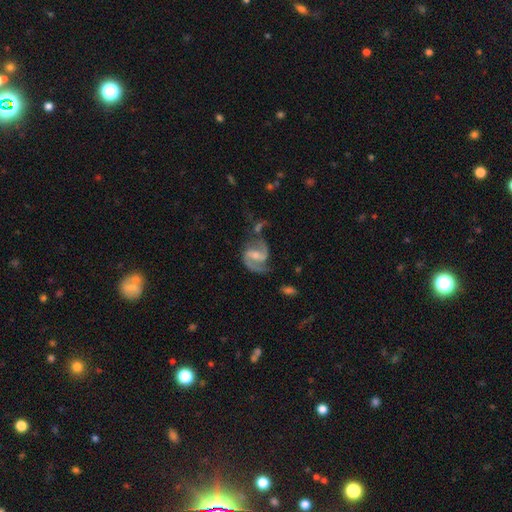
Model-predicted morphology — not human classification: Smooth or featured?
  - featured or disk: 87% *
  - smooth: 7%
  - star or artifact: 5%
Edge-on disk?
  - no: 98% *
  - yes: 2%
Bar?
  - weak: 50% *
  - strong: 31%
  - no: 20%
Spiral arms?
  - yes: 96% *
  - no: 4%
Spiral winding?
  - medium: 55% *
  - loose: 28%
  - tight: 17%
Spiral arm count?
  - 2: 86% *
  - 1: 7%
  - can't tell: 3%
  - 3: 2%
  - 4: 1%
  - more than 4: 1%
Bulge size?
  - small: 45% * (tied)
  - moderate: 45% * (tied)
  - none: 6%
  - large: 3%
  - dominant: 1%
Merging?
  - none: 54% *
  - minor disturbance: 21%
  - major disturbance: 17%
  - merger: 8%